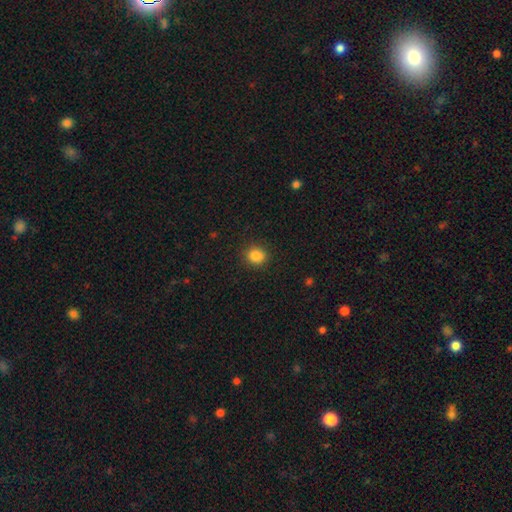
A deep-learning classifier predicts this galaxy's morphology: The model was most divided on "how rounded": round: 82%, in between: 17%, cigar-shaped: 1%. More confident: merging — none (88%); smooth or featured — smooth (85%).